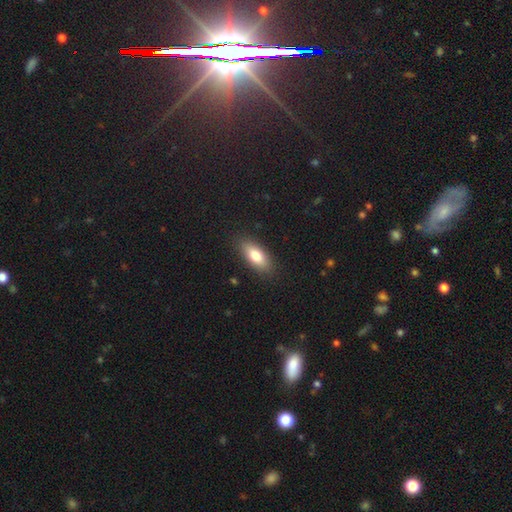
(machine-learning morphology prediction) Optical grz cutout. It shows a smooth galaxy with no disk features (78%) that is in between round and cigar-shaped (80%). Merging: none (87%).